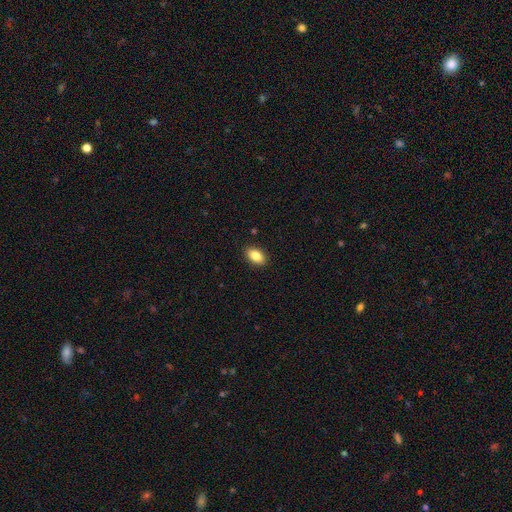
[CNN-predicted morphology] Q: Smooth or featured?
A: smooth (86%); runner-up: star or artifact (8%)
Q: How rounded?
A: in between (91%); runner-up: round (7%)
Q: Merging?
A: none (90%); runner-up: minor disturbance (7%)